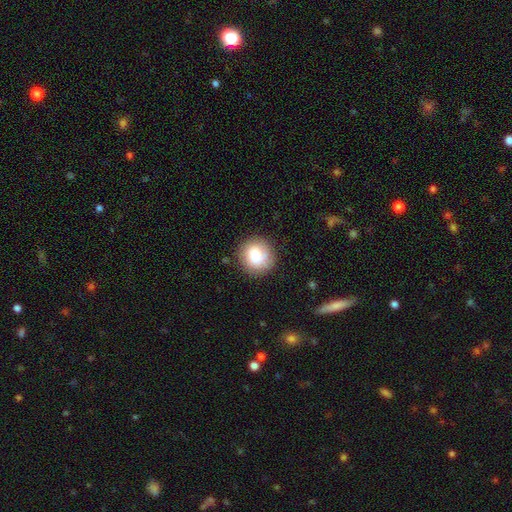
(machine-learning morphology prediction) smooth 72%, featured or disk 20%, star or artifact 8%. Down the decision tree: how rounded — round (91%); merging — none (80%).